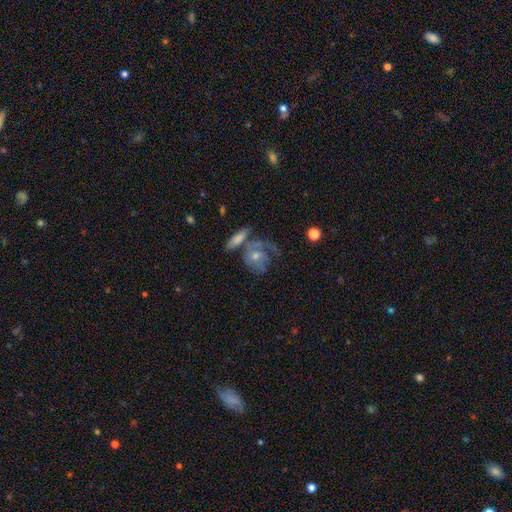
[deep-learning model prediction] smooth_or_featured: featured or disk (p=0.71) [alt: smooth p=0.21]
disk_edge_on: no (p=0.93) [alt: yes p=0.07]
bar: no (p=0.74) [alt: weak p=0.22]
has_spiral_arms: yes (p=0.88) [alt: no p=0.12]
spiral_winding: tight (p=0.52) [alt: medium p=0.35]
spiral_arm_count: 2 (p=0.30) [alt: can't tell p=0.27]
bulge_size: moderate (p=0.47) [alt: small p=0.45]
merging: none (p=0.49) [alt: merger p=0.21]